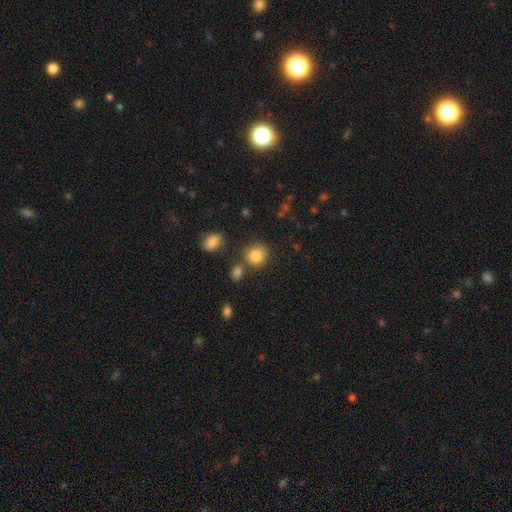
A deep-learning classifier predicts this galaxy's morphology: Smooth or featured?
  - smooth: 85% *
  - star or artifact: 10%
  - featured or disk: 5%
How rounded?
  - round: 84% *
  - in between: 15%
  - cigar-shaped: 1%
Merging?
  - none: 73% *
  - minor disturbance: 11%
  - merger: 11%
  - major disturbance: 4%